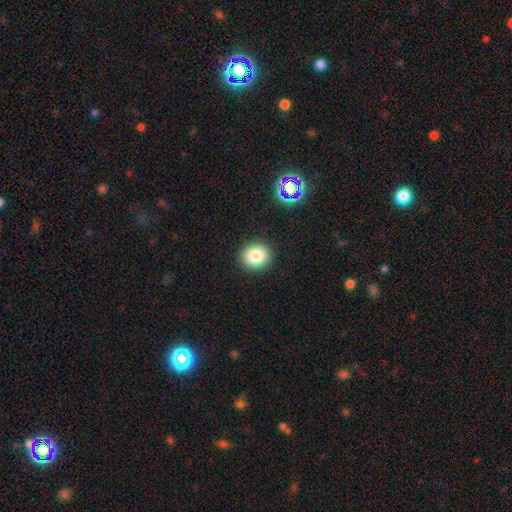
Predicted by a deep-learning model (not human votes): Morphology: type=smooth (82%); roundness=round (76%); merging=none (90%).